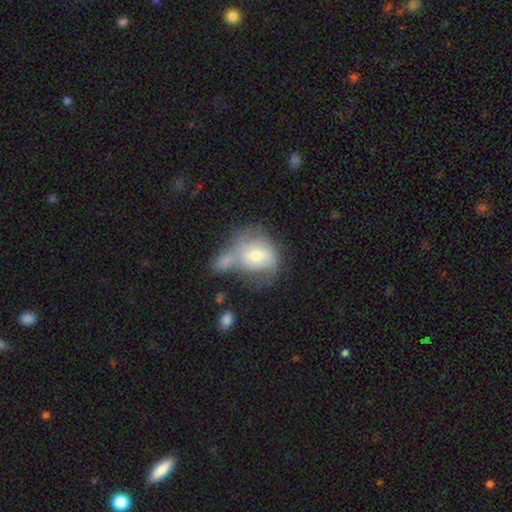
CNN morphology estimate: smooth-or-featured: featured or disk: 52% | smooth: 41% | star or artifact: 7%
  disk-edge-on: no: 96% | yes: 4%
    bar: no: 47% | weak: 42% | strong: 11%
    has-spiral-arms: yes: 71% | no: 29%
    bulge-size: moderate: 62% | small: 30% | large: 6% | none: 2% | dominant: 1%
  merging: merger: 42% | none: 26% | minor disturbance: 17% | major disturbance: 15%